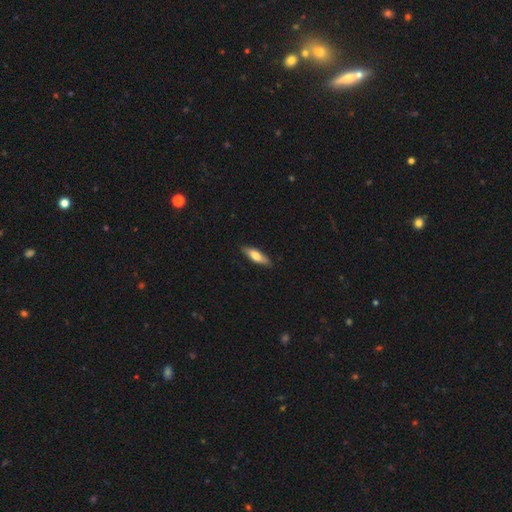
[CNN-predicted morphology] smooth 67%, featured or disk 27%, star or artifact 5%. Down the decision tree: how rounded — cigar-shaped (54%); merging — none (86%).